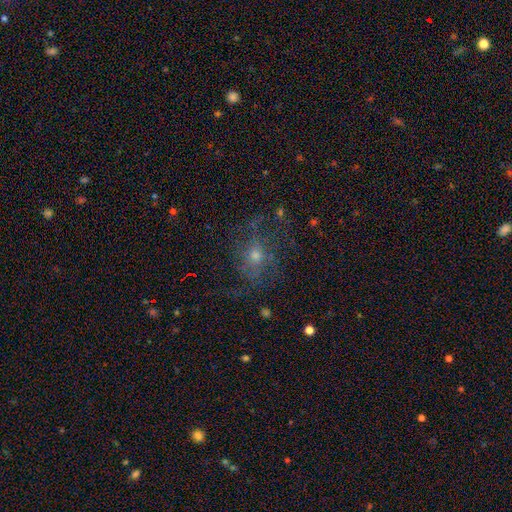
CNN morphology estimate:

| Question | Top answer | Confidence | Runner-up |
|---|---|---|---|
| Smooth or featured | featured or disk | 45% | smooth (35%) |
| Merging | none | 56% | major disturbance (23%) |